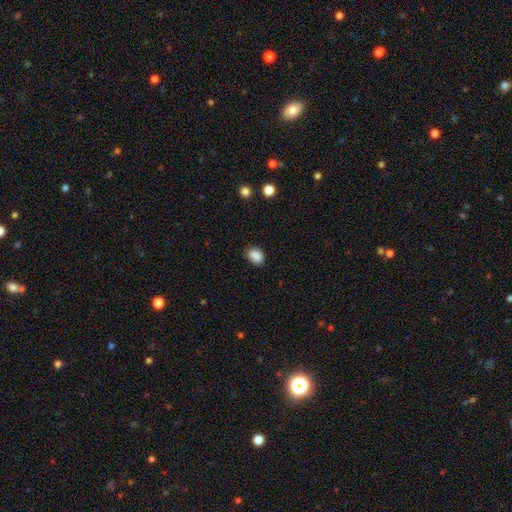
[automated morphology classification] smooth-or-featured: smooth: 88% | star or artifact: 9% | featured or disk: 4%
  how-rounded: in between: 74% | round: 25% | cigar-shaped: 1%
  merging: none: 76% | minor disturbance: 19% | major disturbance: 3% | merger: 2%